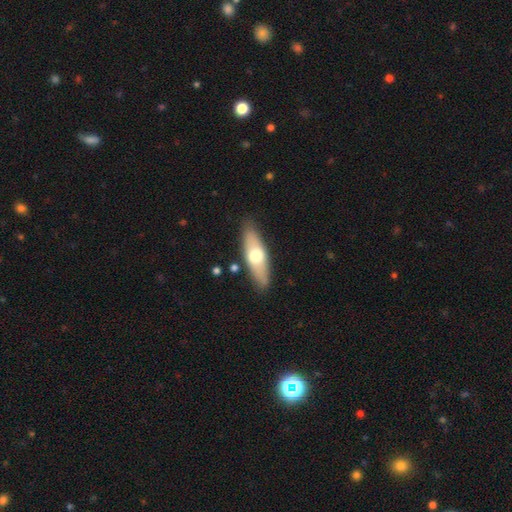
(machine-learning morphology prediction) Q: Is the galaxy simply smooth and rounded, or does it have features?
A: smooth — 56%.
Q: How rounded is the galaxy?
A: in between — 49%.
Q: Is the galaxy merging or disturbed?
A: none — 85%.